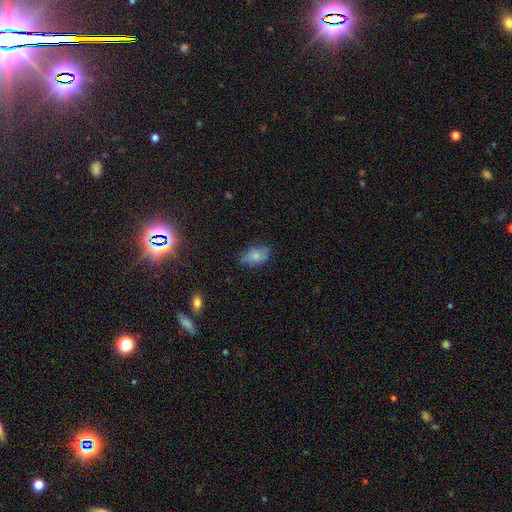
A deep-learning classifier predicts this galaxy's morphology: Overall: smooth (79%). How rounded: in between (89%). Merging: none (71%).